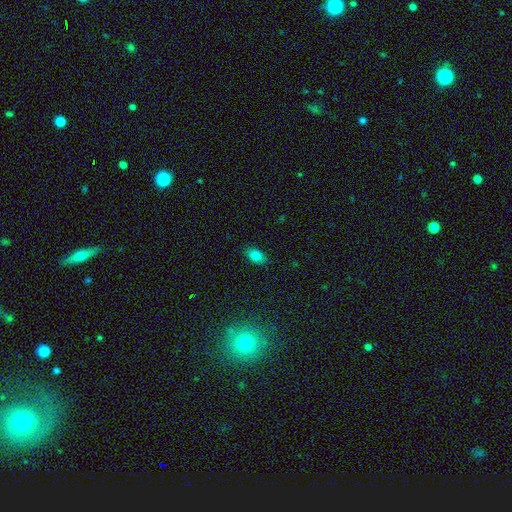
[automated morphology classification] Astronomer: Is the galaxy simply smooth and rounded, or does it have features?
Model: smooth — 82%.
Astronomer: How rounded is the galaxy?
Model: in between — 86%.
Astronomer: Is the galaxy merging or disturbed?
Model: none — 86%.